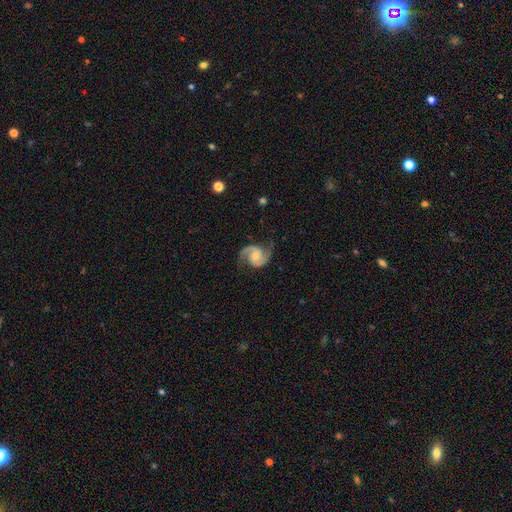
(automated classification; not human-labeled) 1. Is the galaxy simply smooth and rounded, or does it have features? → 91% featured or disk, 5% smooth, 5% star or artifact.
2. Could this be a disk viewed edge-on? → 98% no, 2% yes.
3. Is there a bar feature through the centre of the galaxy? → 58% no, 35% weak, 7% strong.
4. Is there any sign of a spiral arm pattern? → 98% yes, 2% no.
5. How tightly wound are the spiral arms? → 58% medium, 23% loose, 19% tight.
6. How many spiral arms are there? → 94% 2, 2% can't tell, 1% 1, 1% 3, 1% 4, 1% more than 4.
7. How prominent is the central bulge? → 49% small, 40% moderate, 7% none, 3% large, 1% dominant.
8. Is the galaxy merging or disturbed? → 79% none, 15% minor disturbance, 5% major disturbance, 1% merger.